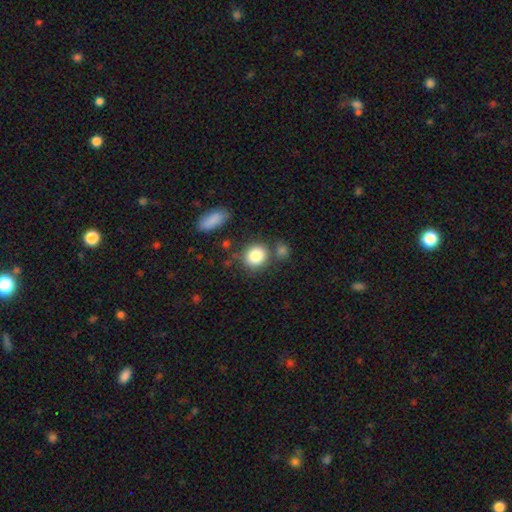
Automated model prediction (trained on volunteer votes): A smooth galaxy with no disk features (85%) that is round (74%).

Vote fractions:
- Smooth or featured? smooth: 85% / star or artifact: 9% / featured or disk: 7%
- How rounded? round: 74% / in between: 25% / cigar-shaped: 1%
- Merging? none: 70% / merger: 13% / minor disturbance: 13% / major disturbance: 5%